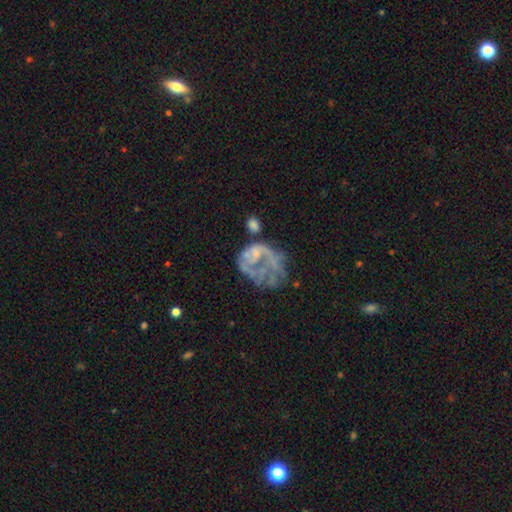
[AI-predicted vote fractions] Q: Smooth or featured?
A: featured or disk (63%); runner-up: smooth (23%)
Q: Edge-on disk?
A: no (98%); runner-up: yes (2%)
Q: Bar?
A: no (87%); runner-up: weak (10%)
Q: Spiral arms?
A: no (80%); runner-up: yes (20%)
Q: Bulge size?
A: none (70%); runner-up: small (16%)
Q: Merging?
A: major disturbance (43%); runner-up: none (25%)